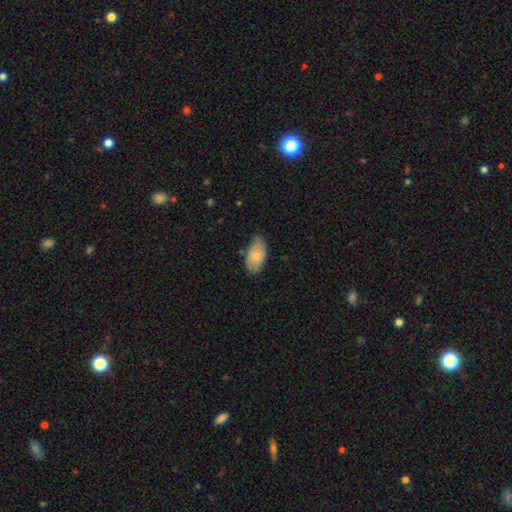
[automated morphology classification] Smooth or featured?
  - smooth: 80% *
  - featured or disk: 14%
  - star or artifact: 6%
How rounded?
  - in between: 94% *
  - round: 4%
  - cigar-shaped: 2%
Merging?
  - none: 60% *
  - minor disturbance: 33%
  - major disturbance: 5%
  - merger: 2%